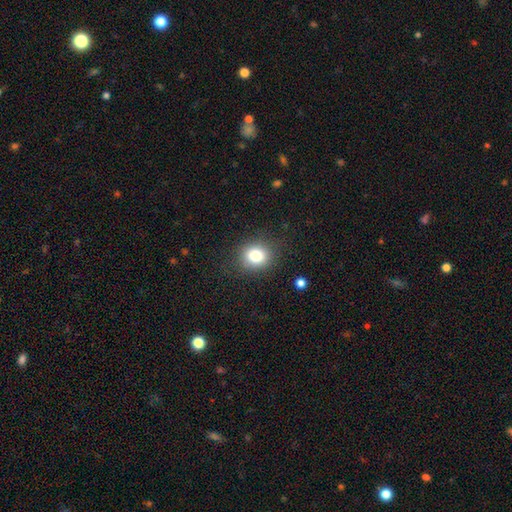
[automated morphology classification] smooth-or-featured: smooth: 80% | star or artifact: 12% | featured or disk: 8%
  how-rounded: round: 75% | in between: 24% | cigar-shaped: 1%
  merging: none: 86% | minor disturbance: 9% | major disturbance: 4% | merger: 1%